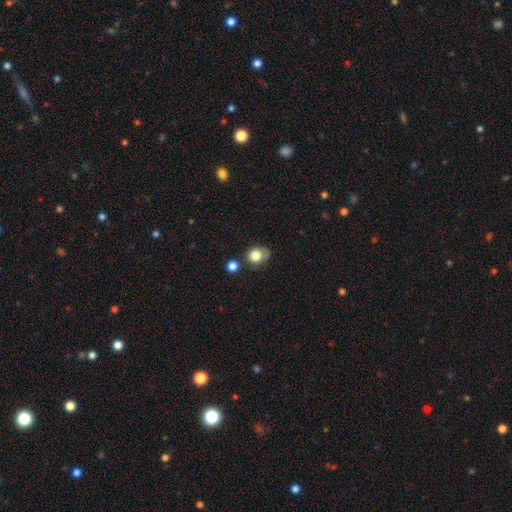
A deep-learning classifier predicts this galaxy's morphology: Smooth or featured: smooth — 81% (star or artifact — 10%)
How rounded: round — 64% (in between — 35%)
Merging: none — 52% (minor disturbance — 27%)